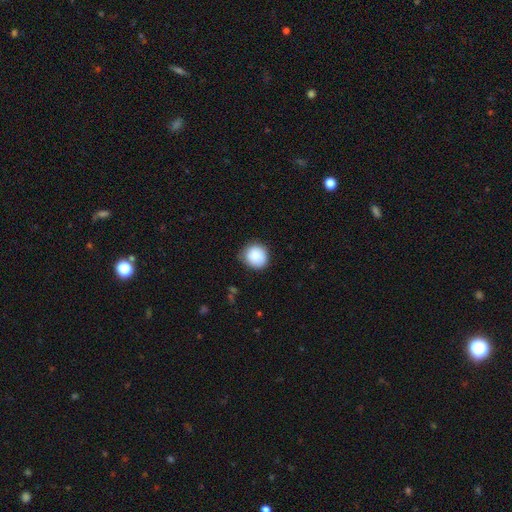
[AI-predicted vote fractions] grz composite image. It shows a smooth galaxy with no disk features (88%) that is round (88%). Merging: none (79%).